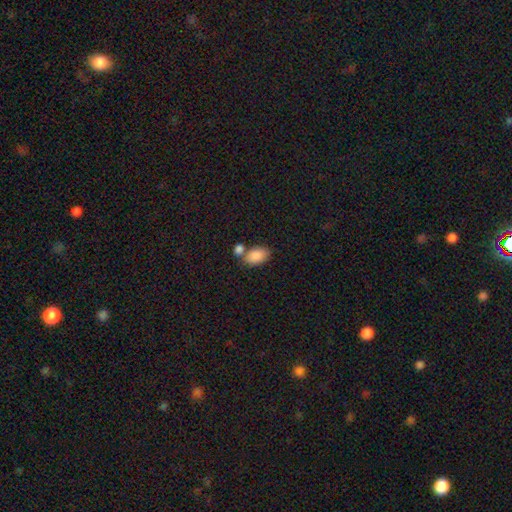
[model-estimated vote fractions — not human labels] smooth 87%, star or artifact 7%, featured or disk 6%. Down the decision tree: how rounded — in between (91%); merging — none (51%).